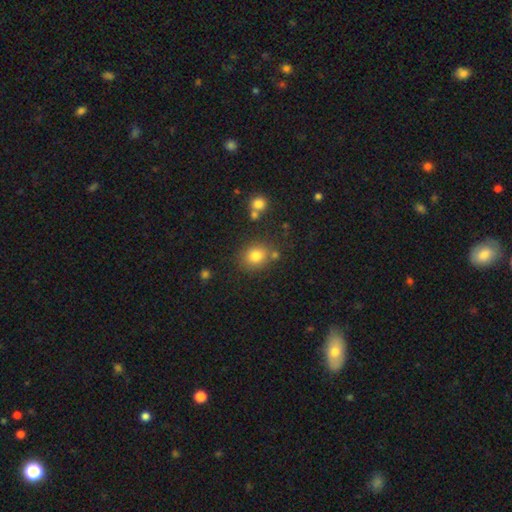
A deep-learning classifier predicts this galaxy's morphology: A smooth galaxy with no disk features (81%) that is round (62%). Merging: none (75%).